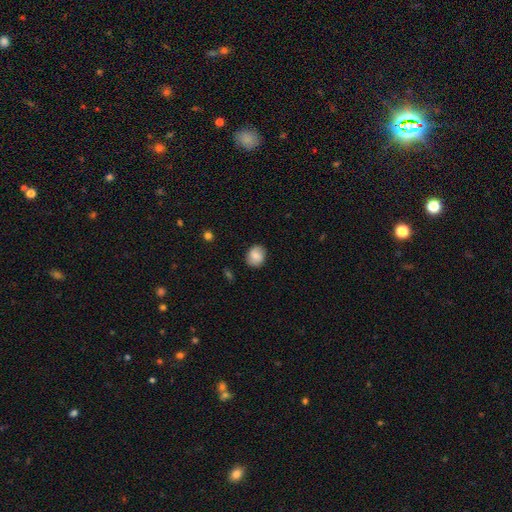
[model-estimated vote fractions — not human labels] Smooth or featured? smooth (79%)
How rounded? round (63%)
Merging? none (84%)